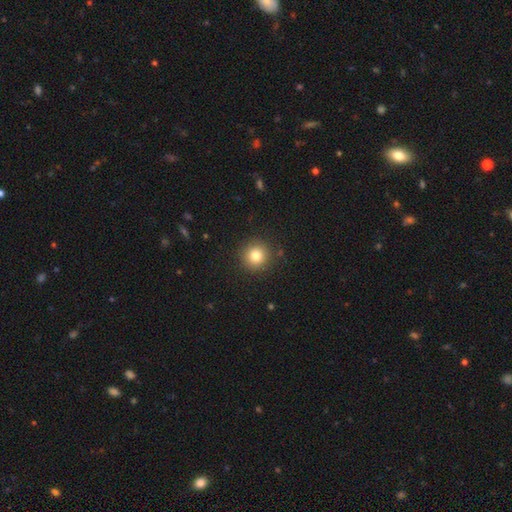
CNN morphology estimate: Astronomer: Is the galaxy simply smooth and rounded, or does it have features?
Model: smooth — 81%.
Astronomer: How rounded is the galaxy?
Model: round — 94%.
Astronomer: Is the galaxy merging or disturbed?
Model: none — 90%.